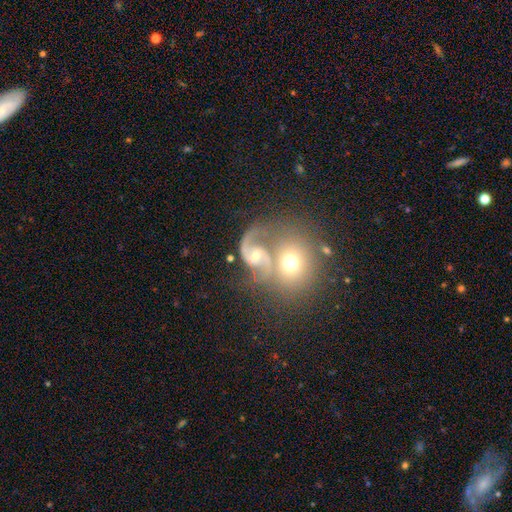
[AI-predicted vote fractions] This appears to be a featured or disk galaxy (79%) with no bar (56%), 2 (82%) loose (50%) spiral arms (94%) and a moderate central bulge (55%). Merging: merger (51%).